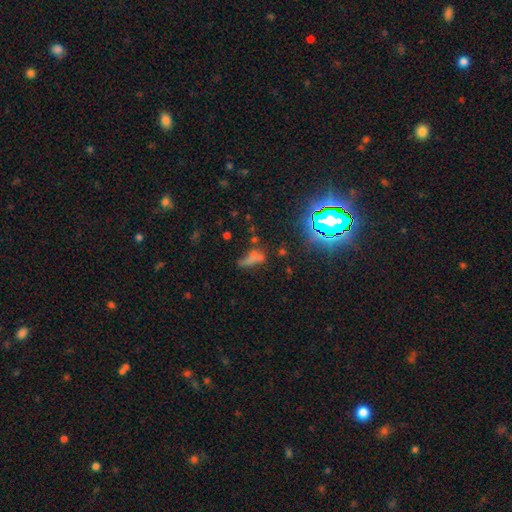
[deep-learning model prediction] smooth-or-featured: smooth: 46% | star or artifact: 36% | featured or disk: 19%
  merging: none: 42% | minor disturbance: 21% | major disturbance: 19% | merger: 18%